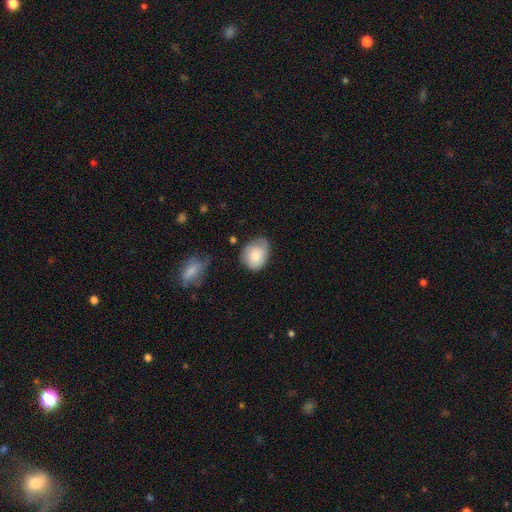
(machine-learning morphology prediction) Smooth or featured: smooth — 77% (featured or disk — 16%)
How rounded: in between — 51% (round — 48%)
Merging: none — 59% (minor disturbance — 31%)